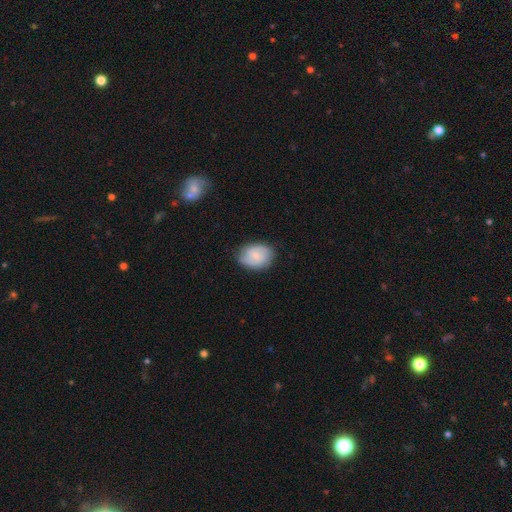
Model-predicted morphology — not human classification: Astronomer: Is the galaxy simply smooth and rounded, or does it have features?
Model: smooth — 63%.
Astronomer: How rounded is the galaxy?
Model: in between — 67%.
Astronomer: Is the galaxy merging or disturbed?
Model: none — 77%.